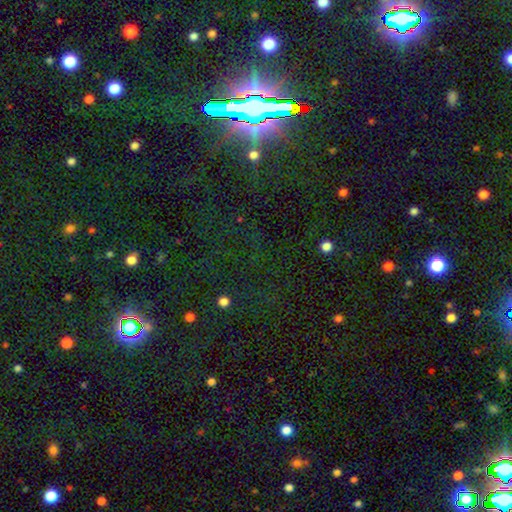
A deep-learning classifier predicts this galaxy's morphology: This appears to be a star or artifact, not a galaxy (81%).